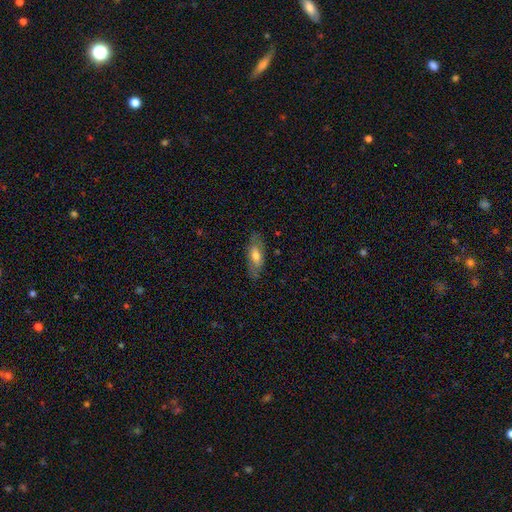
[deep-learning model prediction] Morphology: type=smooth (56%); roundness=in between (79%); merging=none (76%).